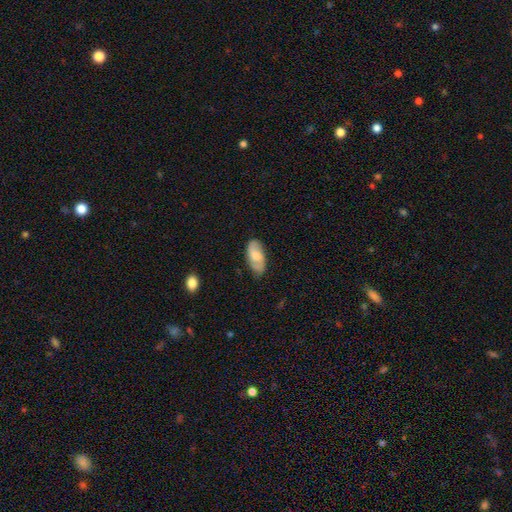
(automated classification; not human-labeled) A smooth galaxy with no disk features (51%) that is in between round and cigar-shaped (90%).

Vote fractions:
- Smooth or featured? smooth: 51% / featured or disk: 42% / star or artifact: 7%
- How rounded? in between: 90% / cigar-shaped: 7% / round: 3%
- Merging? none: 77% / minor disturbance: 17% / major disturbance: 4% / merger: 1%